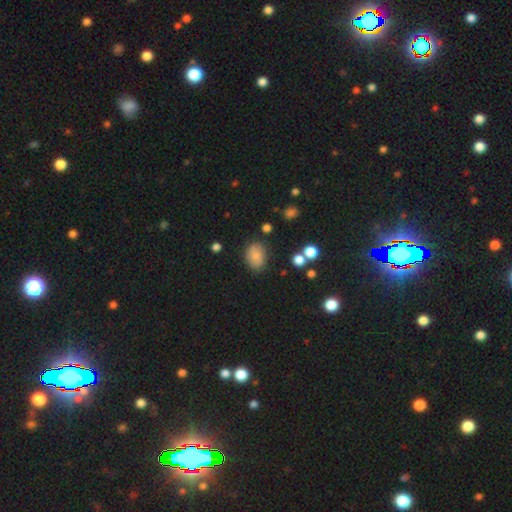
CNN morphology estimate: Smooth or featured? Predicted: smooth (p=0.81). How rounded? Predicted: in between (p=0.76). Merging? Predicted: none (p=0.79).